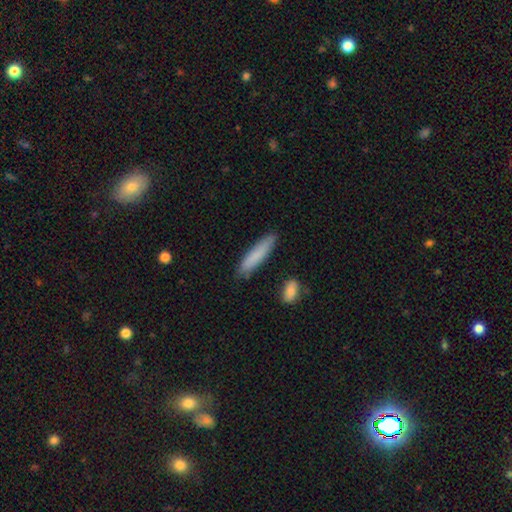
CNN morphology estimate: Smooth or featured: smooth — 83% (featured or disk — 11%)
How rounded: cigar-shaped — 85% (in between — 14%)
Merging: none — 86% (minor disturbance — 10%)